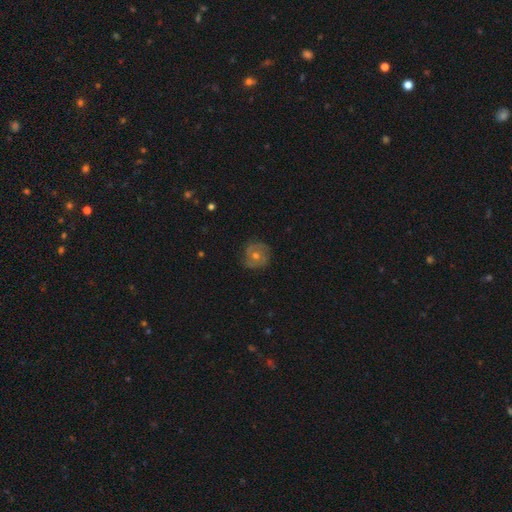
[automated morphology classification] featured or disk 67%, smooth 21%, star or artifact 11%. Down the decision tree: edge-on disk — no (97%); bar — no (75%); spiral arms — yes (87%); spiral arm count — 2 (42%); spiral winding — tight (59%); bulge size — moderate (61%); merging — none (82%).